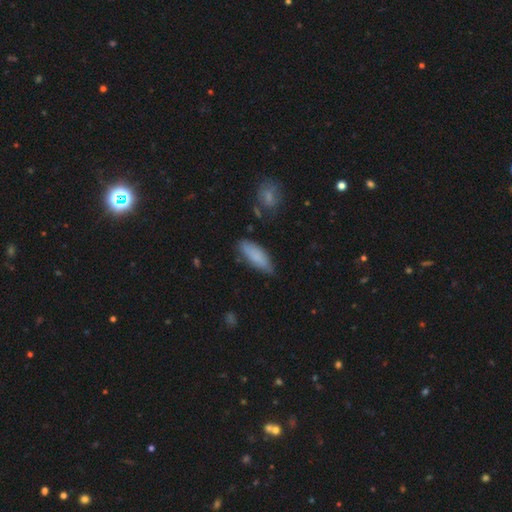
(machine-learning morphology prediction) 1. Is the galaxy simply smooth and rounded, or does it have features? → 82% smooth, 12% featured or disk, 6% star or artifact.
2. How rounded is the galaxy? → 61% in between, 37% cigar-shaped, 2% round.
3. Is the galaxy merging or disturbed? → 72% none, 21% minor disturbance, 4% major disturbance, 3% merger.